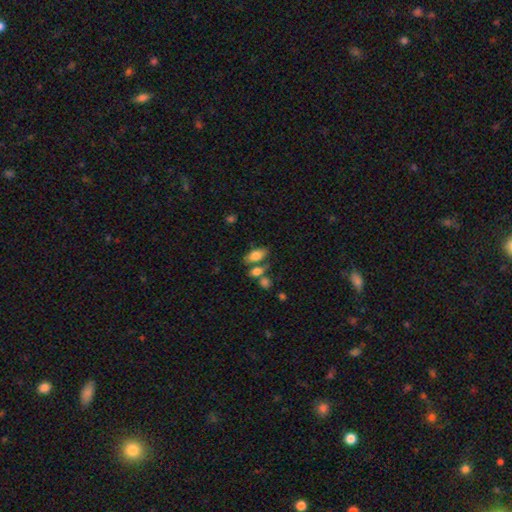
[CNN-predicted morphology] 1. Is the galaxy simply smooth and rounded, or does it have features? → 76% smooth, 16% featured or disk, 8% star or artifact.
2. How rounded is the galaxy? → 85% in between, 9% cigar-shaped, 5% round.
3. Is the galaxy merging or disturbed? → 57% none, 24% merger, 13% minor disturbance, 5% major disturbance.